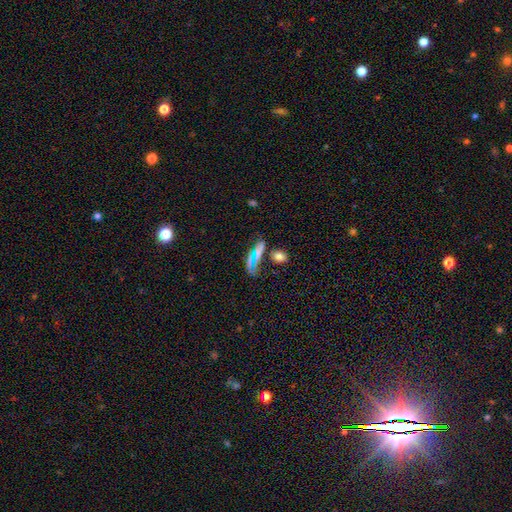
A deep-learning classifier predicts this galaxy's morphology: smooth-or-featured: smooth: 59% | star or artifact: 20% | featured or disk: 20%
  how-rounded: in between: 53% | cigar-shaped: 38% | round: 9%
  merging: none: 60% | minor disturbance: 18% | merger: 12% | major disturbance: 11%